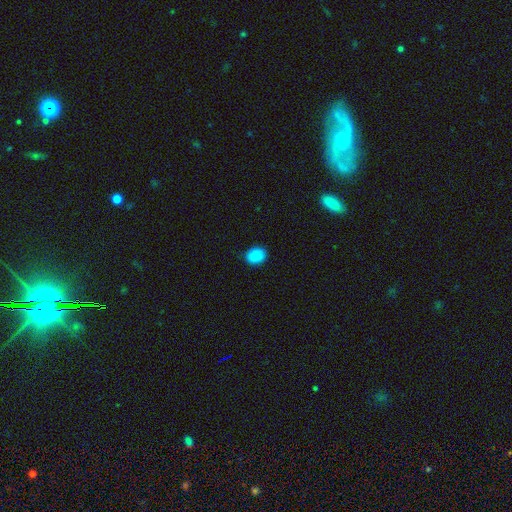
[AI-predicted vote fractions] Smooth or featured? Predicted: smooth (p=0.89). How rounded? Predicted: in between (p=0.52). Merging? Predicted: none (p=0.86).